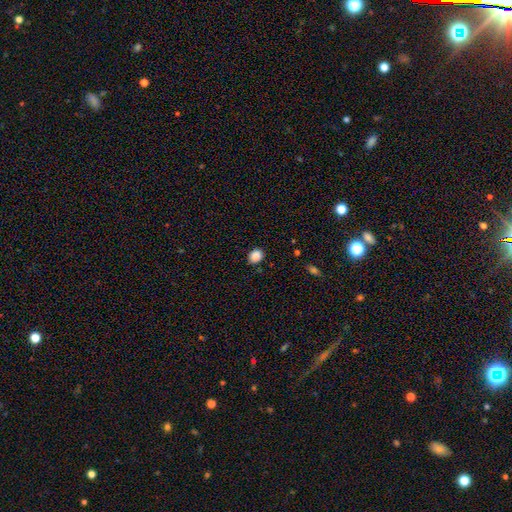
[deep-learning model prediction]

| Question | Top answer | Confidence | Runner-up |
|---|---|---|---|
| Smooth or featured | smooth | 87% | star or artifact (10%) |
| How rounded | round | 51% | in between (48%) |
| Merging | none | 83% | minor disturbance (13%) |